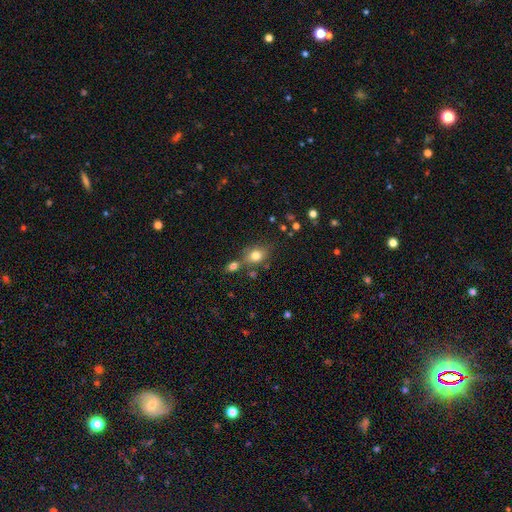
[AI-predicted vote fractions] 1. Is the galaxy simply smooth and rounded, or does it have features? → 78% smooth, 11% star or artifact, 11% featured or disk.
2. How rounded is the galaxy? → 54% in between, 45% round, 1% cigar-shaped.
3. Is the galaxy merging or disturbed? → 62% none, 19% merger, 15% minor disturbance, 5% major disturbance.